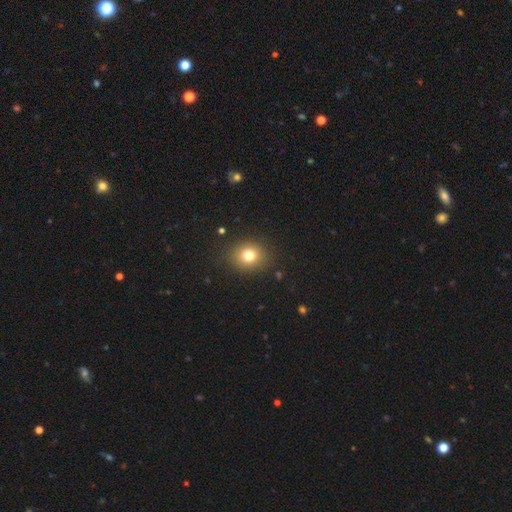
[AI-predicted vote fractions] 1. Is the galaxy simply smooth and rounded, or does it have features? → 75% smooth, 17% star or artifact, 8% featured or disk.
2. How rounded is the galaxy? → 76% round, 23% in between, 1% cigar-shaped.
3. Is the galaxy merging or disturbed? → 90% none, 7% minor disturbance, 2% major disturbance, 1% merger.